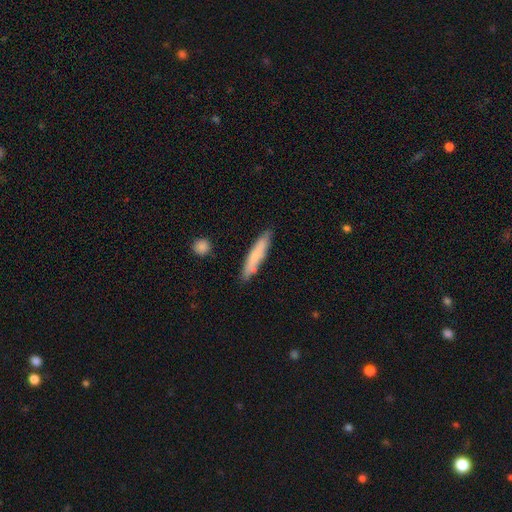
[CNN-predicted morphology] type=smooth (71%); roundness=cigar-shaped (89%); merging=none (84%).